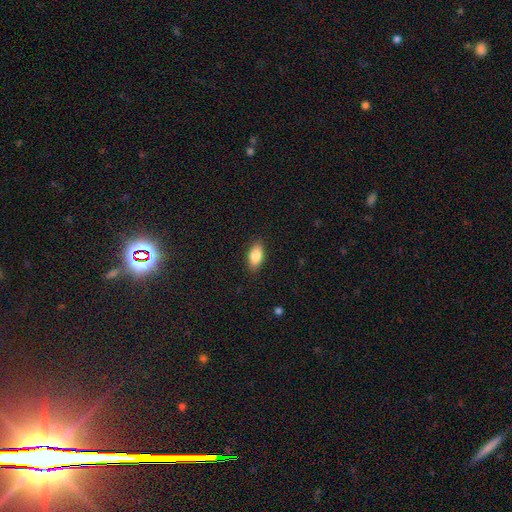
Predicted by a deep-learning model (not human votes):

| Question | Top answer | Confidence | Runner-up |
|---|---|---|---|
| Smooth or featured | smooth | 85% | featured or disk (8%) |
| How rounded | in between | 90% | cigar-shaped (6%) |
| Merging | none | 87% | minor disturbance (9%) |